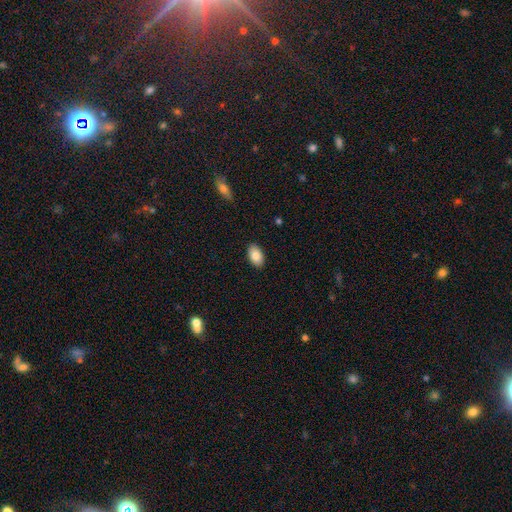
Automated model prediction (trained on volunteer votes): smooth 87%, star or artifact 7%, featured or disk 7%. Down the decision tree: how rounded — in between (93%); merging — none (89%).